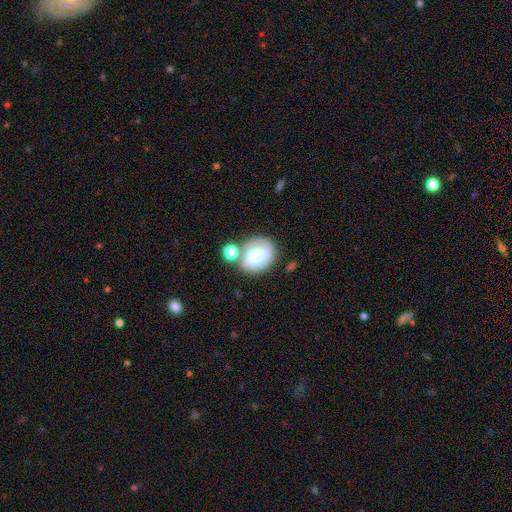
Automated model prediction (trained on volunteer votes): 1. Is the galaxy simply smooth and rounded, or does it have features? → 63% smooth, 28% featured or disk, 9% star or artifact.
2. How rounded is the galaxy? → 51% in between, 47% round, 1% cigar-shaped.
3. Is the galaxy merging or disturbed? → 49% none, 23% merger, 19% minor disturbance, 9% major disturbance.